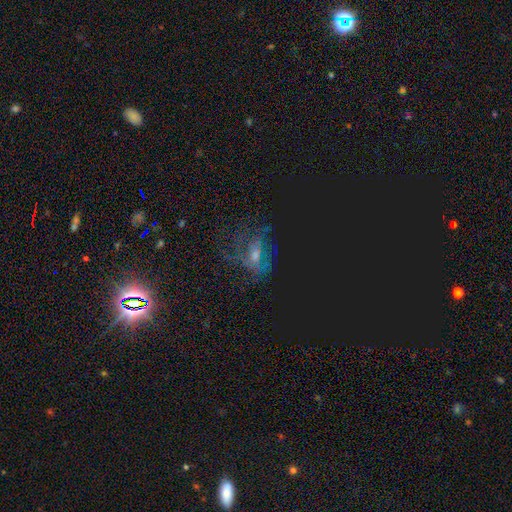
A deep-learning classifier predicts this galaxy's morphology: Smooth or featured? featured or disk (40%, tied with star or artifact)
Merging? none (52%)